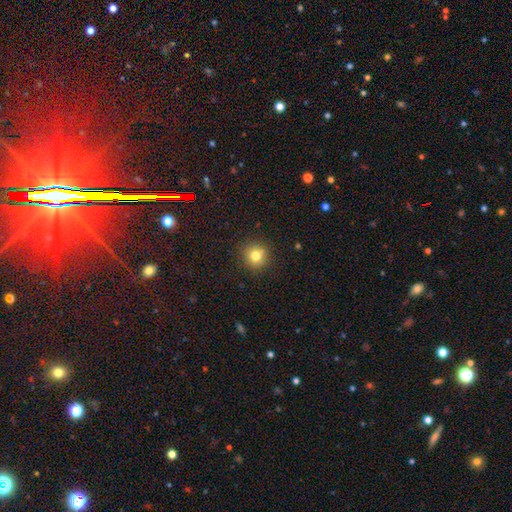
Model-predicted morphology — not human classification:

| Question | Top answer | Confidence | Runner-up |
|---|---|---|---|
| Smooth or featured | smooth | 78% | star or artifact (14%) |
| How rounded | round | 92% | in between (7%) |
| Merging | none | 85% | minor disturbance (9%) |